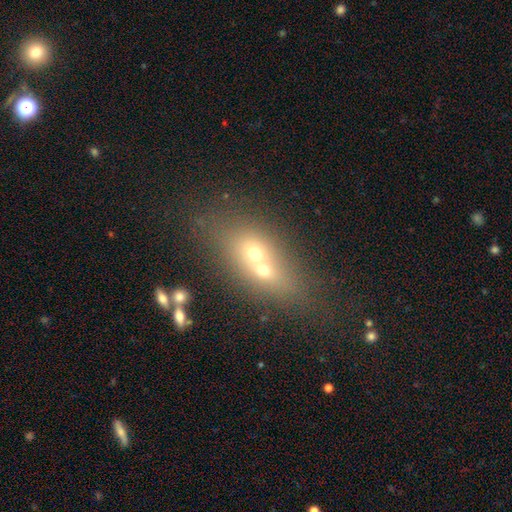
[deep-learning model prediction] Smooth or featured? Predicted: smooth (p=0.50). Merging? Predicted: merger (p=0.60).